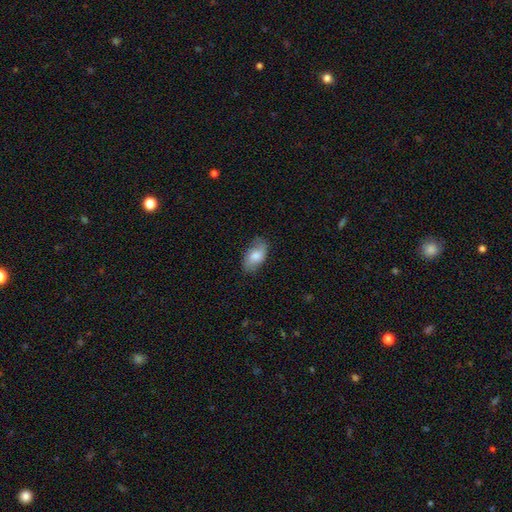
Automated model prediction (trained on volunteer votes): smooth 67%, featured or disk 26%, star or artifact 7%. Down the decision tree: how rounded — in between (91%); merging — none (75%).